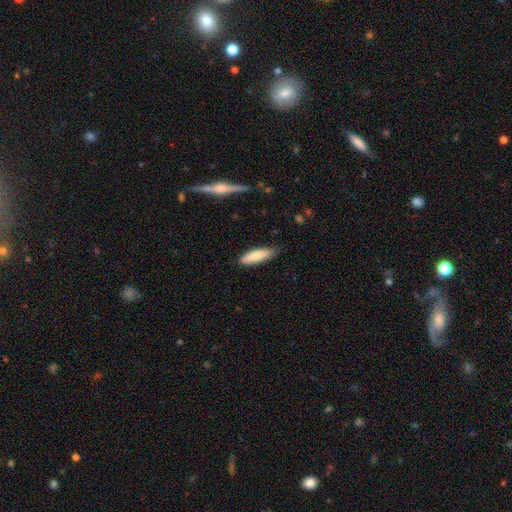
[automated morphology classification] Smooth or featured? Predicted: smooth (p=0.84). How rounded? Predicted: cigar-shaped (p=0.53). Merging? Predicted: none (p=0.82).